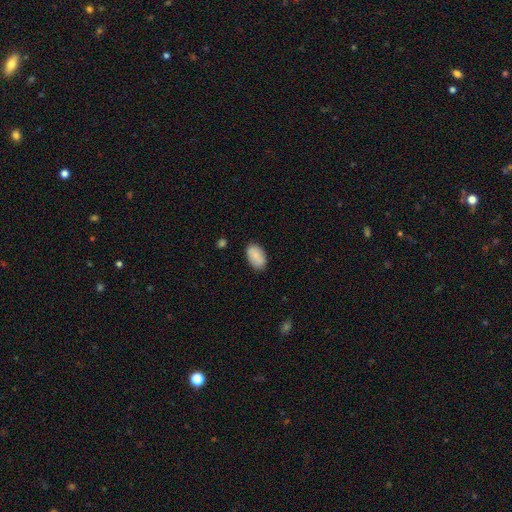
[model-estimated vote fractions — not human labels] This appears to be a smooth galaxy with no disk features (82%) that is in between round and cigar-shaped (93%). Merging: none (81%).